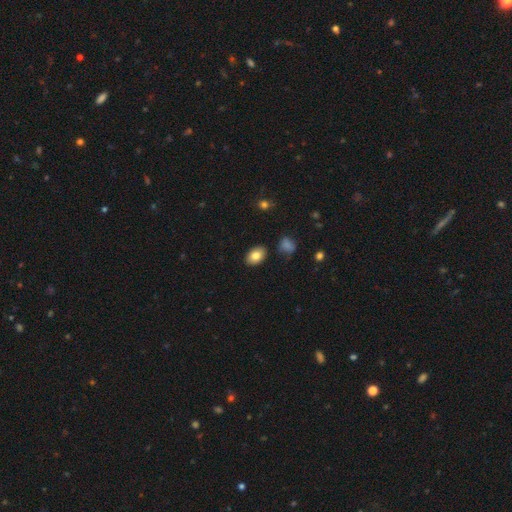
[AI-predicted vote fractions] Overall: smooth (82%). How rounded: in between (85%). Merging: none (87%).